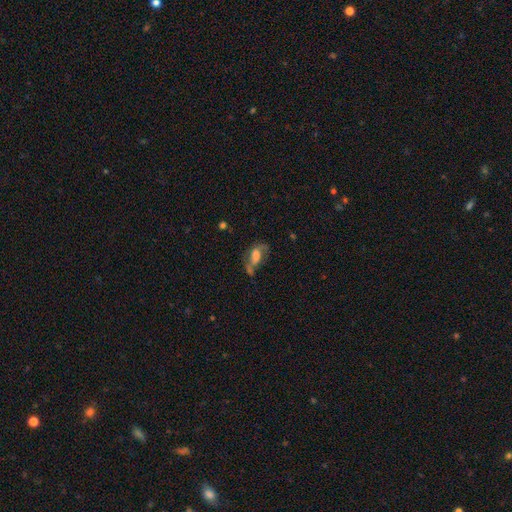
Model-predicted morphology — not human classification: smooth_or_featured: featured or disk (p=0.51) [alt: smooth p=0.38]
disk_edge_on: no (p=0.92) [alt: yes p=0.08]
merging: none (p=0.33) [alt: major disturbance p=0.29]